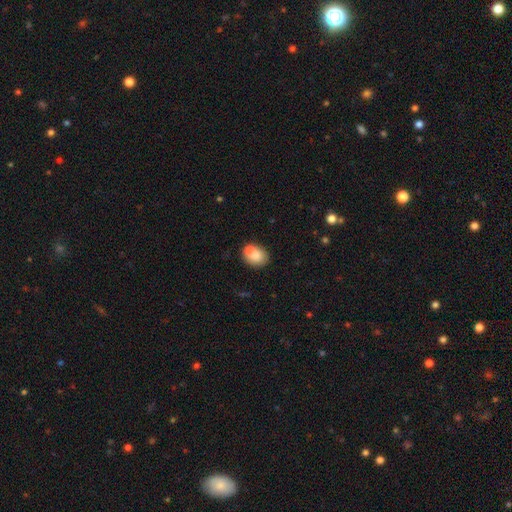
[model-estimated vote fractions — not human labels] A smooth galaxy with no disk features (76%) that is in between round and cigar-shaped (50%). Merging: none (50%).